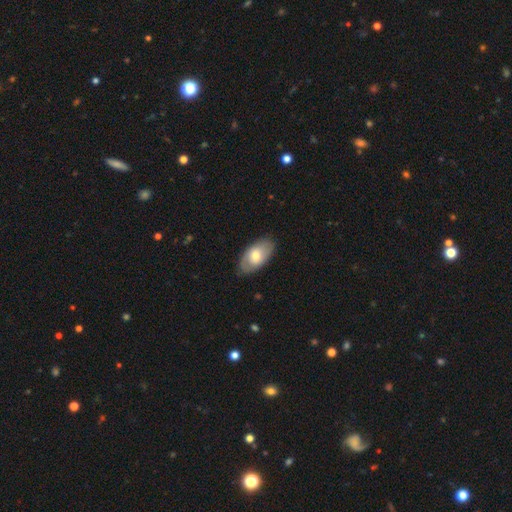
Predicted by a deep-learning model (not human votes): Smooth or featured: smooth — 60% (featured or disk — 34%)
How rounded: in between — 93% (round — 5%)
Merging: none — 83% (minor disturbance — 13%)